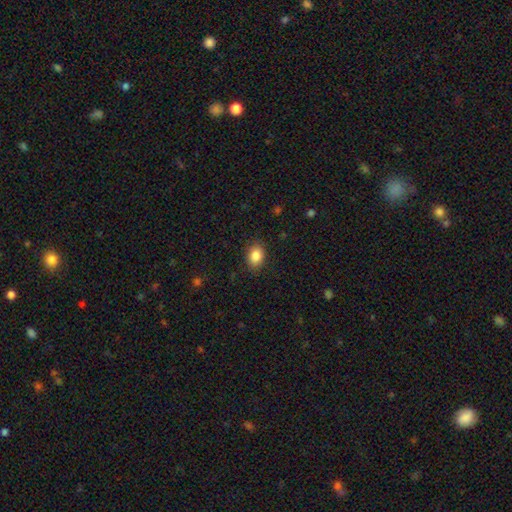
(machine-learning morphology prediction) This is clearly a smooth galaxy (86%). How rounded: likely in between (71%). Merging: clearly none (87%).